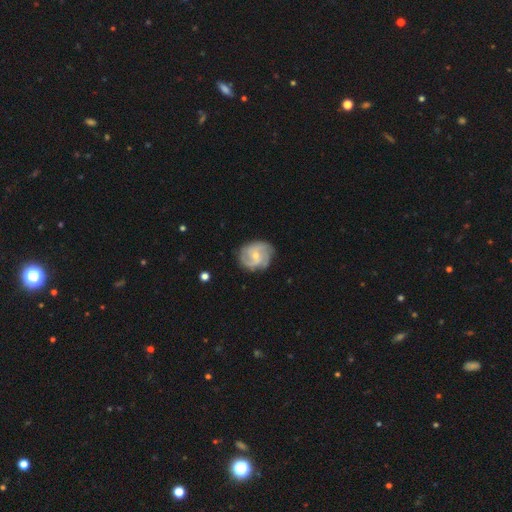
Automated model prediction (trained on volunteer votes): This is clearly a featured or disk galaxy (83%). It is clearly not viewed edge-on (98%). Bar: possibly no (50%). Spiral arm pattern: clearly yes (96%). Spiral arm count: marginally 2 (37%). Spiral winding: possibly medium (47%). Central bulge: possibly small (57%). Merging: likely none (76%).